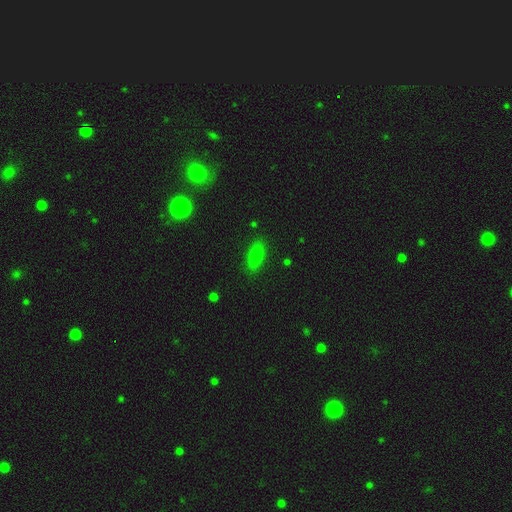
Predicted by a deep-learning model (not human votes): A smooth galaxy with no disk features (77%) that is in between round and cigar-shaped (79%).

Vote fractions:
- Smooth or featured? smooth: 77% / star or artifact: 12% / featured or disk: 11%
- How rounded? in between: 79% / cigar-shaped: 15% / round: 5%
- Merging? none: 85% / minor disturbance: 11% / major disturbance: 3% / merger: 2%